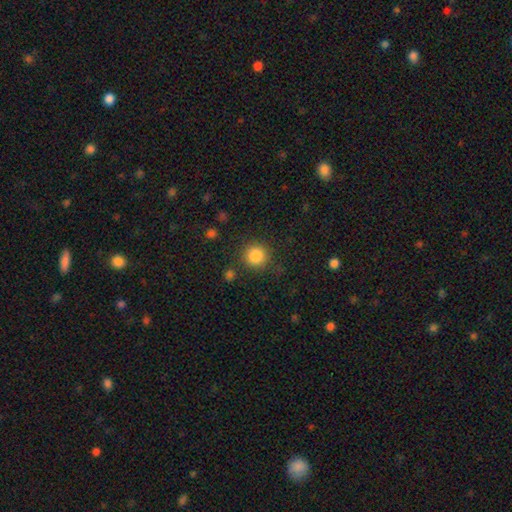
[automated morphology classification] Smooth or featured: smooth — 85% (star or artifact — 10%)
How rounded: round — 94% (in between — 5%)
Merging: none — 85% (minor disturbance — 8%)